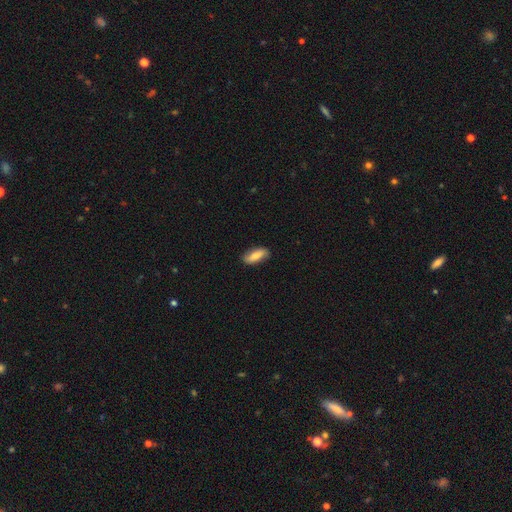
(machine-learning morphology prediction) Smooth or featured? Predicted: smooth (p=0.71). How rounded? Predicted: in between (p=0.73). Merging? Predicted: none (p=0.84).